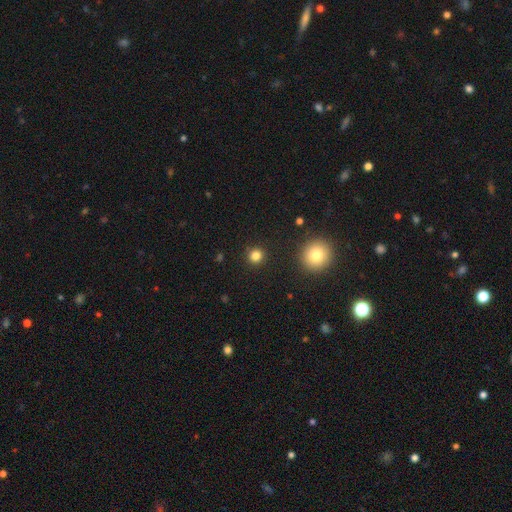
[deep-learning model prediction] This appears to be a smooth galaxy with no disk features (81%) that is round (93%). Merging: none (91%).